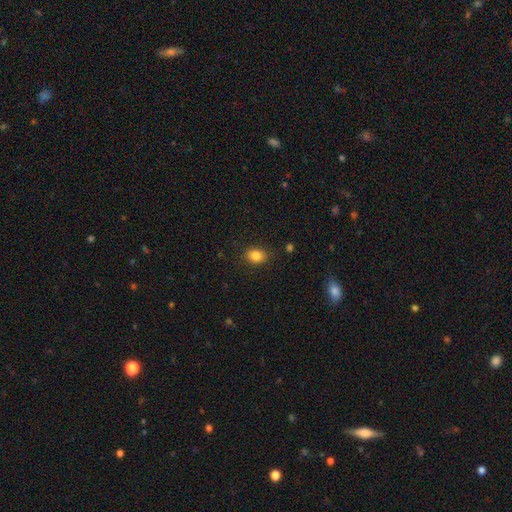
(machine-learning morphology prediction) smooth-or-featured: smooth: 84% | star or artifact: 10% | featured or disk: 5%
  how-rounded: in between: 53% | round: 46% | cigar-shaped: 1%
  merging: none: 84% | minor disturbance: 11% | major disturbance: 3% | merger: 1%